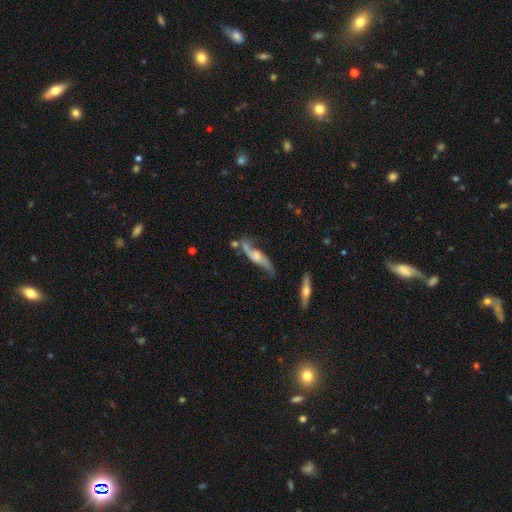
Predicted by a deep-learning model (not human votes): This is likely a featured or disk galaxy (77%). It is likely not viewed edge-on (64%). Merging: possibly none (59%).